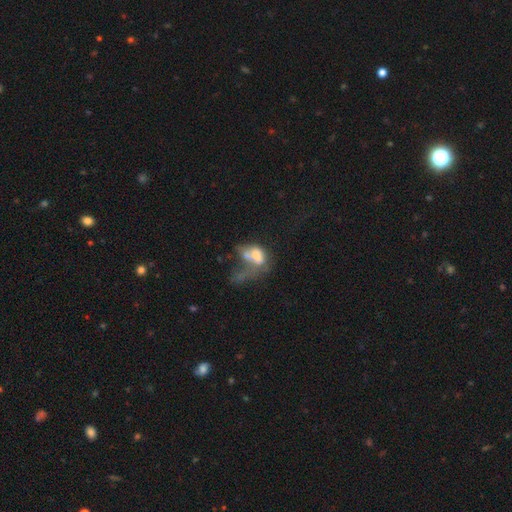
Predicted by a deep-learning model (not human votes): A smooth galaxy with no disk features (54%) that is in between round and cigar-shaped (84%).

Vote fractions:
- Smooth or featured? smooth: 54% / featured or disk: 34% / star or artifact: 12%
- How rounded? in between: 84% / round: 13% / cigar-shaped: 3%
- Merging? major disturbance: 43% / merger: 36% / none: 11% / minor disturbance: 11%